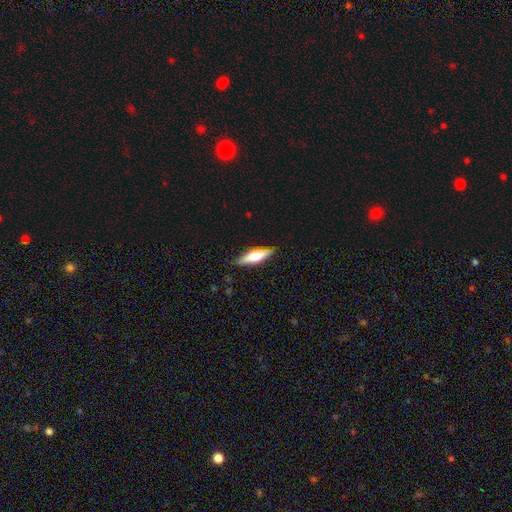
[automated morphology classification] smooth_or_featured: featured or disk (p=0.52) [alt: smooth p=0.42]
disk_edge_on: yes (p=0.93) [alt: no p=0.07]
merging: none (p=0.85) [alt: minor disturbance p=0.11]